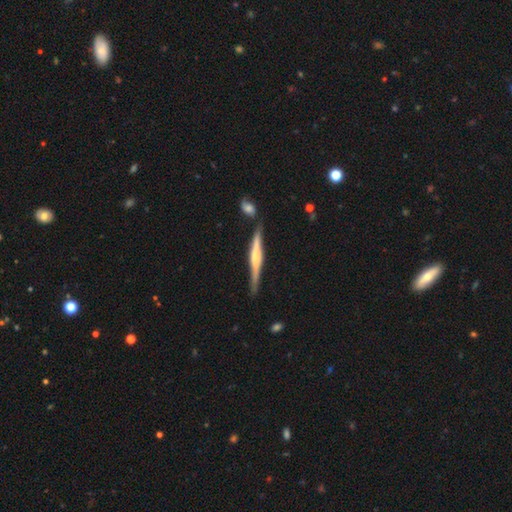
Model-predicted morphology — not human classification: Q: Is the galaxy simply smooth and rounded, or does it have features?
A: featured or disk — 70%.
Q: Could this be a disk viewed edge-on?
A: yes — 97%.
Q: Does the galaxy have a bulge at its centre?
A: rounded — 63%.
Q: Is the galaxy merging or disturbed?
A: none — 73%.